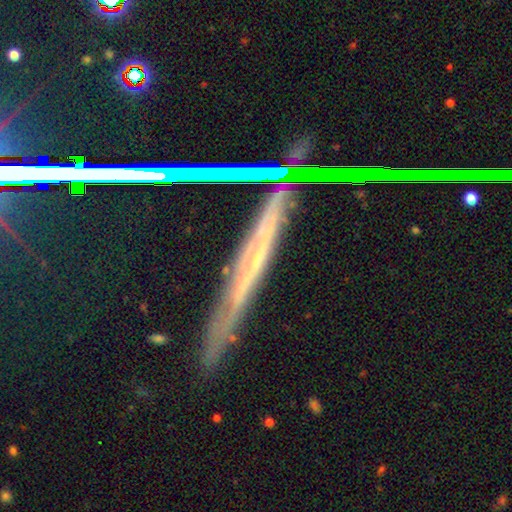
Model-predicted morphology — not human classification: type=featured or disk (54%); edge-on=yes (90%); merging=none (79%).